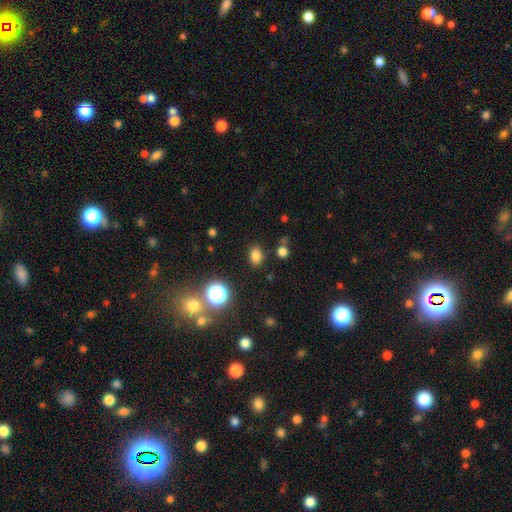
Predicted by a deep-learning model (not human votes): Smooth or featured: smooth — 79% (star or artifact — 16%)
How rounded: in between — 71% (round — 28%)
Merging: none — 85% (minor disturbance — 9%)